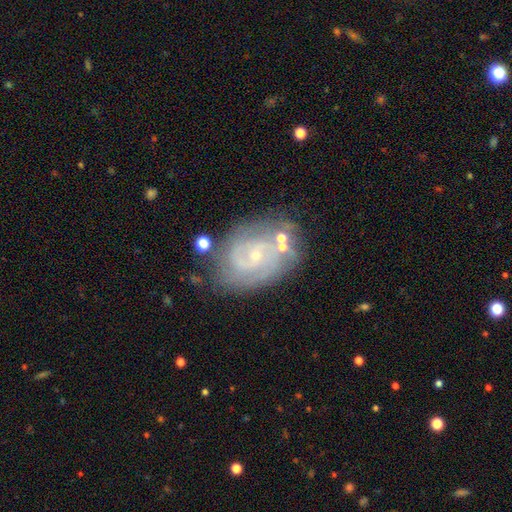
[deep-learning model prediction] Smooth or featured?
  - featured or disk: 84% *
  - smooth: 9%
  - star or artifact: 8%
Edge-on disk?
  - no: 97% *
  - yes: 3%
Bar?
  - no: 63% *
  - weak: 30%
  - strong: 7%
Spiral arms?
  - yes: 94% *
  - no: 6%
Spiral winding?
  - tight: 59% *
  - medium: 33%
  - loose: 8%
Spiral arm count?
  - 2: 44% *
  - can't tell: 25%
  - 3: 16%
  - 4: 7%
  - 1: 5%
  - more than 4: 5%
Bulge size?
  - small: 82% *
  - moderate: 14%
  - none: 2%
  - large: 1%
  - dominant: 1%
Merging?
  - none: 68% *
  - minor disturbance: 19%
  - major disturbance: 7%
  - merger: 6%